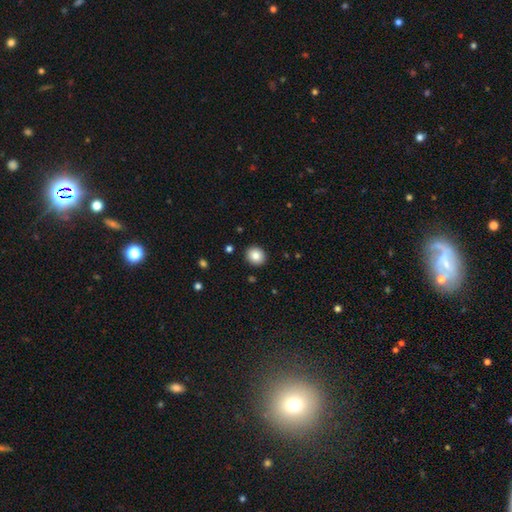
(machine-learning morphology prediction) A smooth galaxy with no disk features (85%) that is round (78%).

Vote fractions:
- Smooth or featured? smooth: 85% / star or artifact: 9% / featured or disk: 6%
- How rounded? round: 78% / in between: 21% / cigar-shaped: 1%
- Merging? none: 91% / minor disturbance: 6% / major disturbance: 2% / merger: 1%